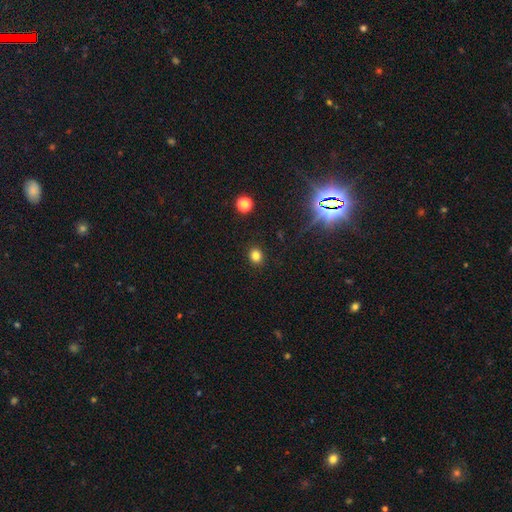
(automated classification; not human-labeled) Smooth or featured? Predicted: smooth (p=0.79). How rounded? Predicted: round (p=0.73). Merging? Predicted: none (p=0.90).